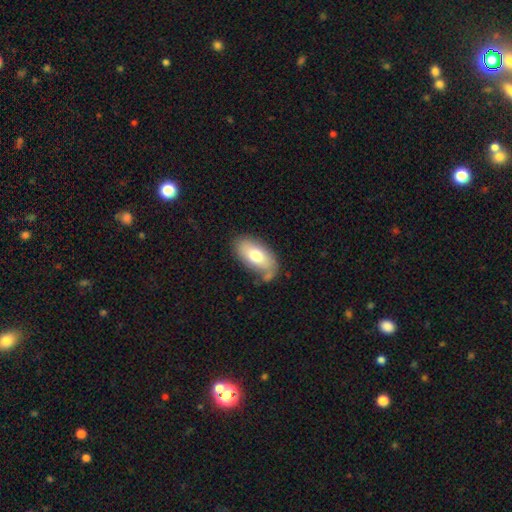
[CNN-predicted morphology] Overall: smooth (67%). How rounded: in between (92%). Merging: none (61%; minor disturbance 24%).